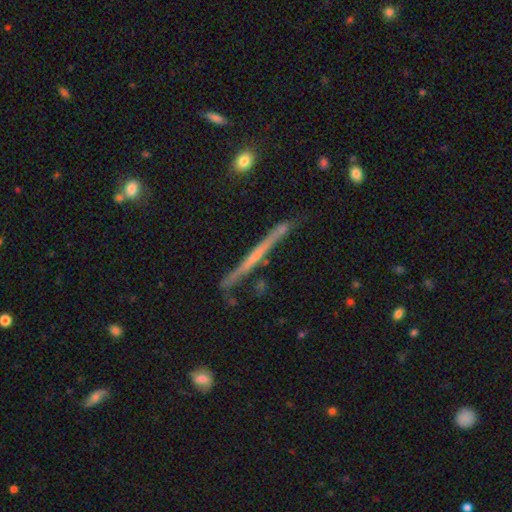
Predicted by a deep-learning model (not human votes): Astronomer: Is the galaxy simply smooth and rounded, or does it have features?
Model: featured or disk — 66%.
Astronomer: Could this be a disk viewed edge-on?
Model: yes — 97%.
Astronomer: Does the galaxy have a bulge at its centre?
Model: none — 76%.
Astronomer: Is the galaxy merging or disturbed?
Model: none — 81%.